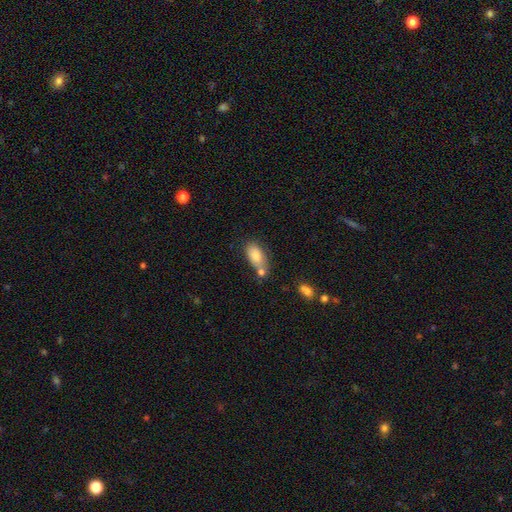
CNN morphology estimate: This appears to be a smooth galaxy with no disk features (80%) that is in between round and cigar-shaped (90%). Merging: none (47%).